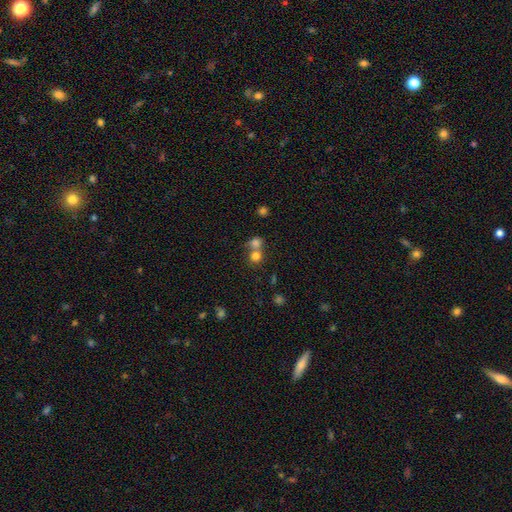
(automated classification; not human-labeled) Smooth or featured? Predicted: smooth (p=0.77). How rounded? Predicted: round (p=0.83). Merging? Predicted: merger (p=0.52).